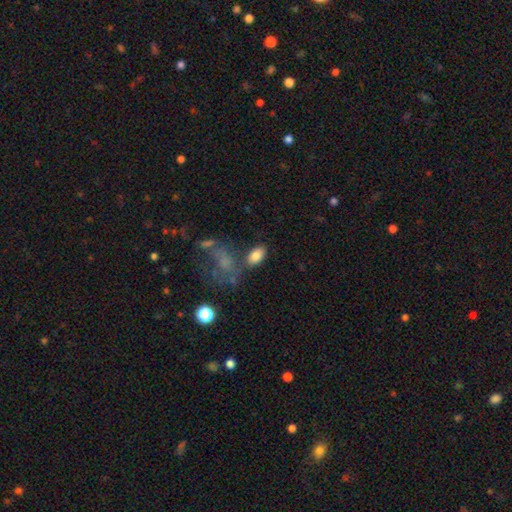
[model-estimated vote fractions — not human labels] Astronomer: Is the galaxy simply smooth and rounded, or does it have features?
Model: smooth — 84%.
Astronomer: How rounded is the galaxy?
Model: in between — 92%.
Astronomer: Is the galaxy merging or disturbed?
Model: none — 67%.